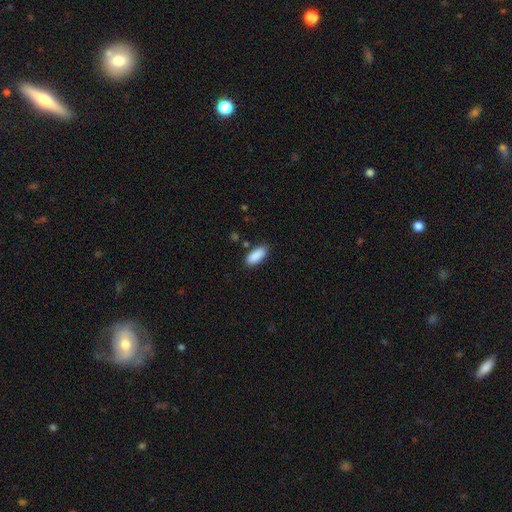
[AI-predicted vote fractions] A smooth galaxy with no disk features (90%) that is in between round and cigar-shaped (85%).

Vote fractions:
- Smooth or featured? smooth: 90% / star or artifact: 6% / featured or disk: 3%
- How rounded? in between: 85% / cigar-shaped: 13% / round: 2%
- Merging? none: 85% / minor disturbance: 10% / major disturbance: 2% / merger: 2%